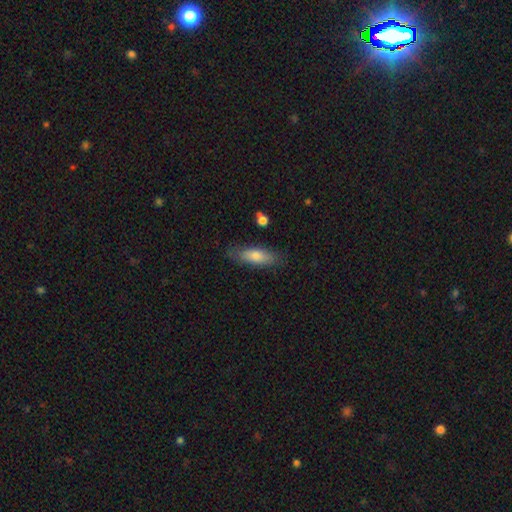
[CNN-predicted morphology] This is likely a smooth galaxy (74%). How rounded: possibly in between (55%). Merging: clearly none (81%).